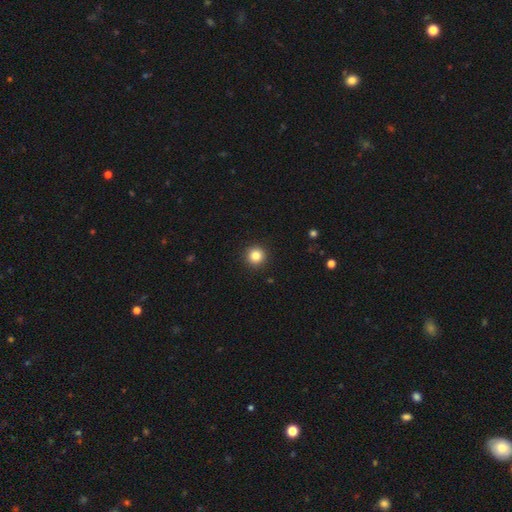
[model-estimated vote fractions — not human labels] The model was most divided on "smooth or featured": smooth: 85%, star or artifact: 11%, featured or disk: 4%. More confident: how rounded — round (96%); merging — none (93%).